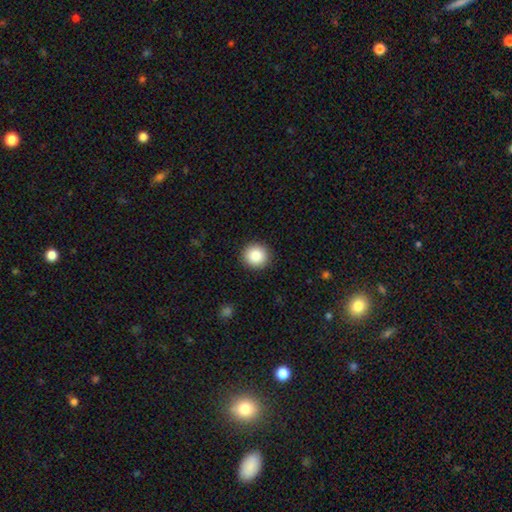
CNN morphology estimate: A smooth galaxy with no disk features (87%) that is round (93%). Merging: none (92%).